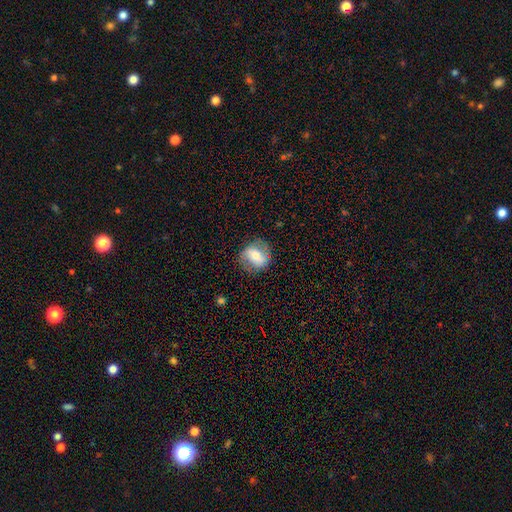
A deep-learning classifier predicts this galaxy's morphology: The model was most divided on "smooth or featured": smooth: 53%, featured or disk: 40%, star or artifact: 8%. More confident: merging — none (76%); how rounded — round (57%).